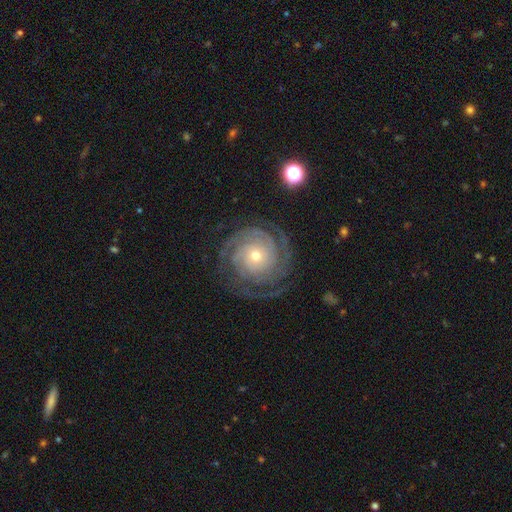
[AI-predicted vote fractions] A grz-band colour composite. It shows a featured or disk galaxy (89%) with no bar (80%), 3 (27%) tight (80%) spiral arms (98%) and a small central bulge (58%). Merging: none (78%).